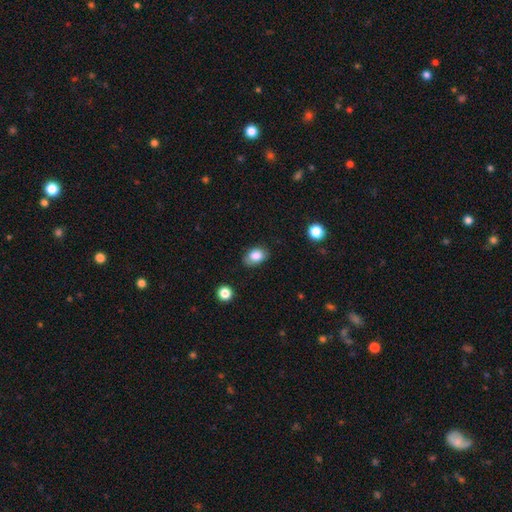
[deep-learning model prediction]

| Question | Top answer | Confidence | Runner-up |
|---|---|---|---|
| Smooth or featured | smooth | 84% | star or artifact (9%) |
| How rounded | in between | 77% | round (22%) |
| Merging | none | 74% | minor disturbance (20%) |